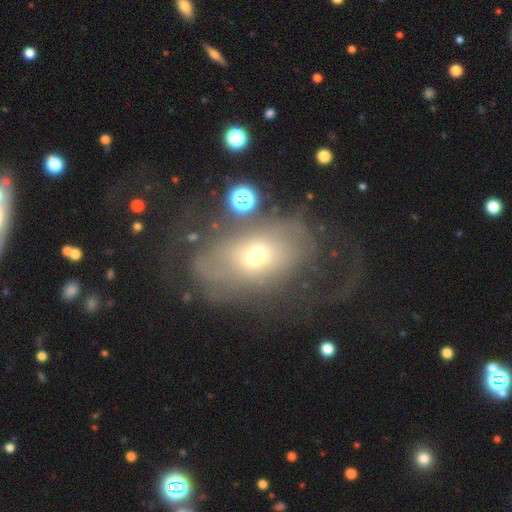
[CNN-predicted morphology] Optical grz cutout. It shows a smooth galaxy with no disk features (45%). Merging: major disturbance (47%).